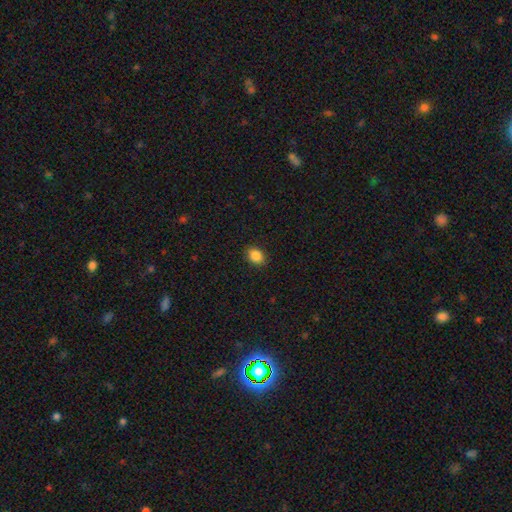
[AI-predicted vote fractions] Smooth or featured? Predicted: smooth (p=0.87). How rounded? Predicted: in between (p=0.61). Merging? Predicted: none (p=0.90).